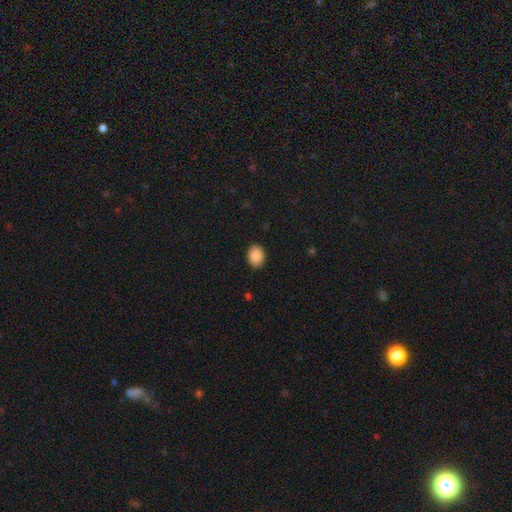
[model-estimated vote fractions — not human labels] Overall: smooth (89%). How rounded: in between (68%; round 31%). Merging: none (90%).